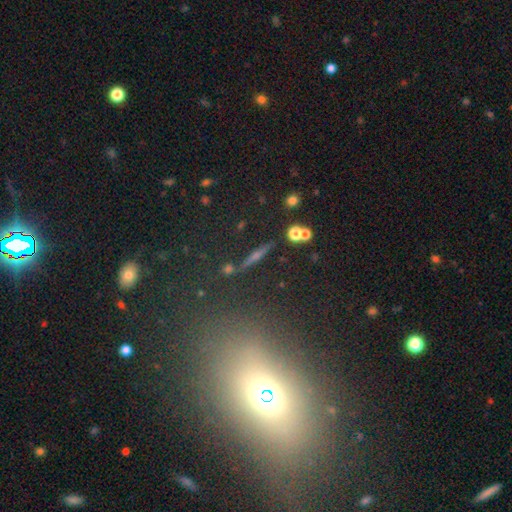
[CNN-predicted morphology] A featured or disk galaxy (53%) viewed edge-on (91%).

Vote fractions:
- Smooth or featured? featured or disk: 53% / smooth: 29% / star or artifact: 18%
- Edge-on disk? yes: 91% / no: 9%
- Merging? none: 86% / minor disturbance: 8% / merger: 3% / major disturbance: 3%